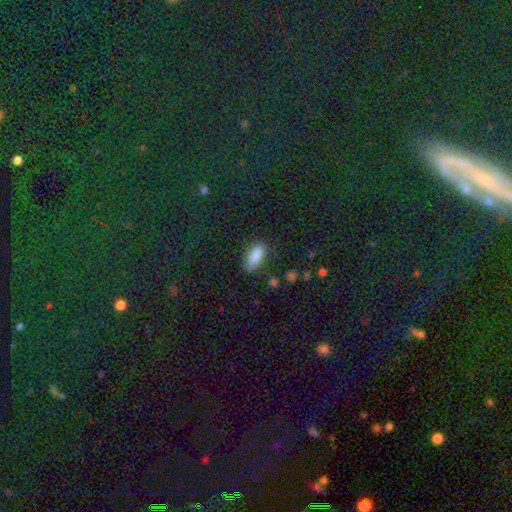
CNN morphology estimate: Smooth or featured? smooth (88%)
How rounded? in between (87%)
Merging? none (76%)